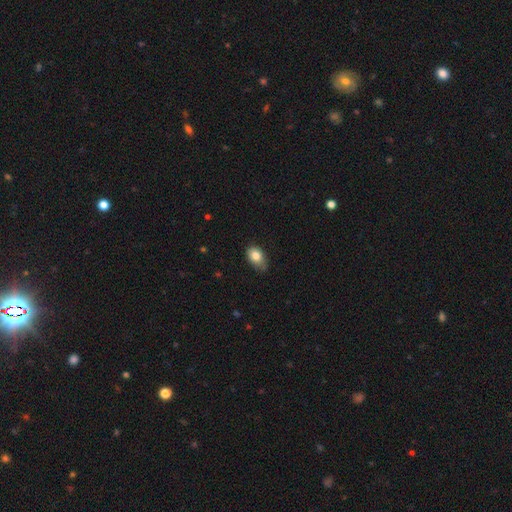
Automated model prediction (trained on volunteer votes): Overall: smooth (82%). How rounded: in between (82%). Merging: none (60%; minor disturbance 33%).